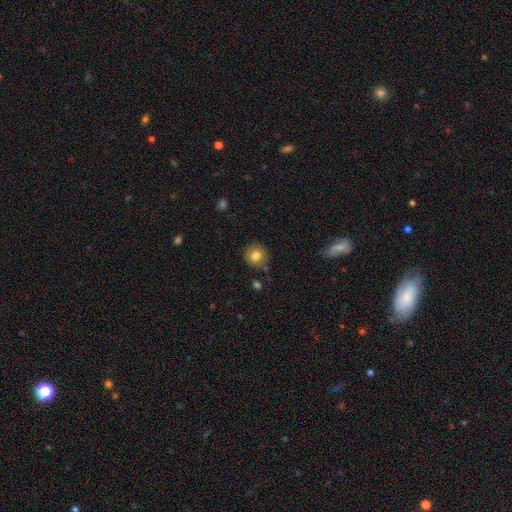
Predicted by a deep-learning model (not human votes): Smooth or featured: smooth — 80% (star or artifact — 10%)
How rounded: round — 93% (in between — 6%)
Merging: none — 86% (minor disturbance — 9%)